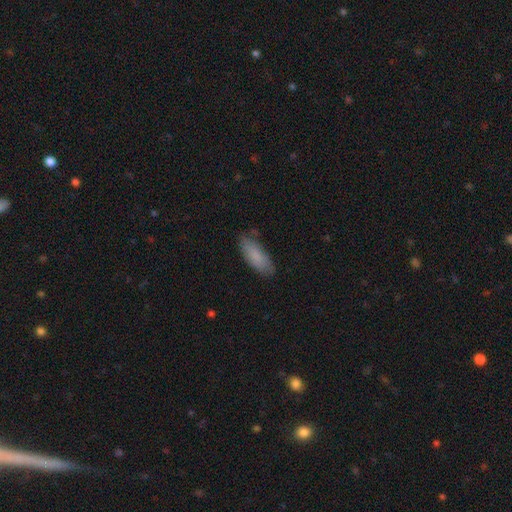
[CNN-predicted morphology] This is clearly a smooth galaxy (84%). How rounded: likely in between (66%). Merging: likely none (78%).